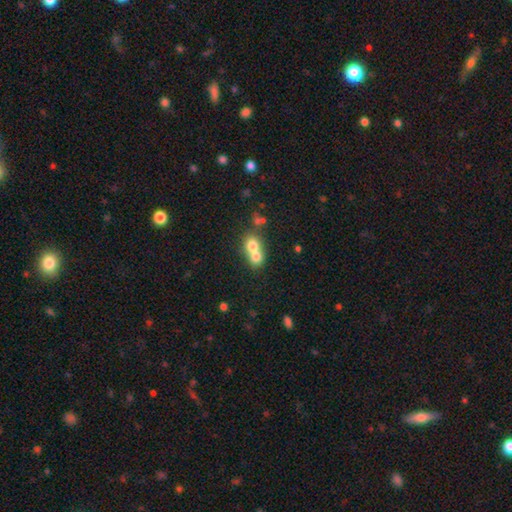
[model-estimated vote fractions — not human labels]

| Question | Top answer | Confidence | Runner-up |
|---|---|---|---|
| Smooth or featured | smooth | 70% | featured or disk (19%) |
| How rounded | round | 69% | in between (29%) |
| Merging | merger | 73% | none (21%) |